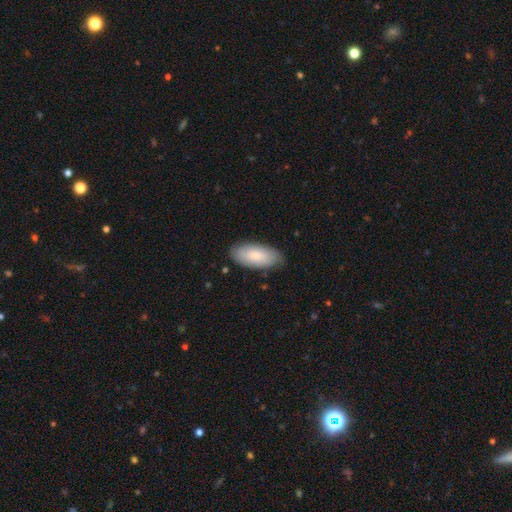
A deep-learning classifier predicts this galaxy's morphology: Overall: smooth (78%). How rounded: in between (91%). Merging: none (81%).